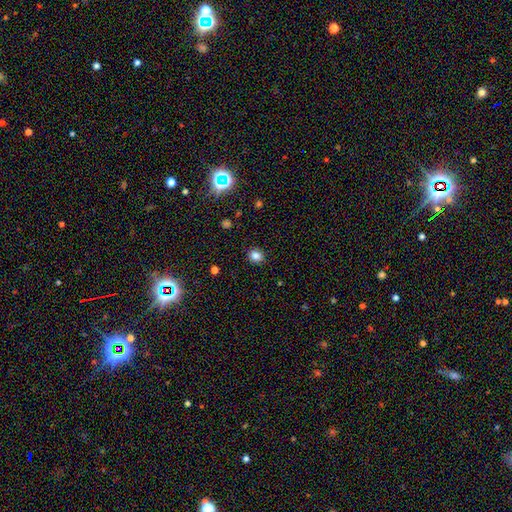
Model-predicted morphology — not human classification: The model was most divided on "how rounded": round: 69%, in between: 30%, cigar-shaped: 1%. More confident: merging — none (90%); smooth or featured — smooth (82%).